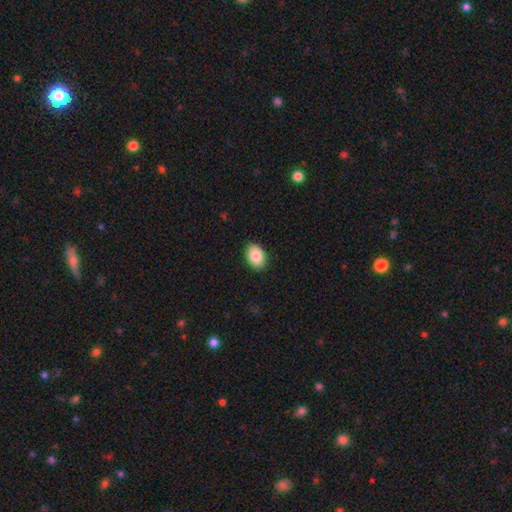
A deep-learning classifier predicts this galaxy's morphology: This appears to be a smooth galaxy with no disk features (86%) that is in between round and cigar-shaped (86%). Merging: none (90%).